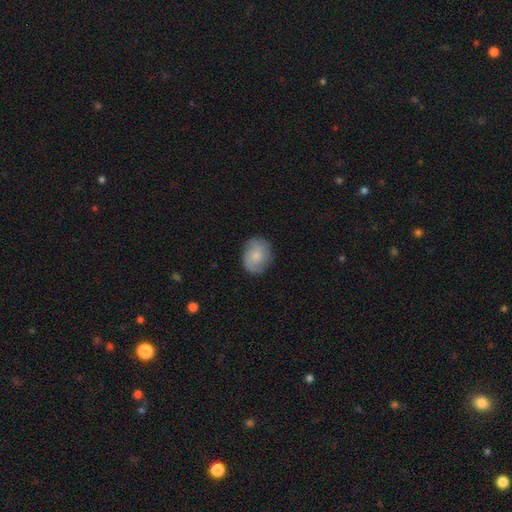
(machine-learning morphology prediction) The model was most divided on "how rounded": round: 59%, in between: 40%, cigar-shaped: 1%. More confident: merging — none (80%); smooth or featured — smooth (67%).